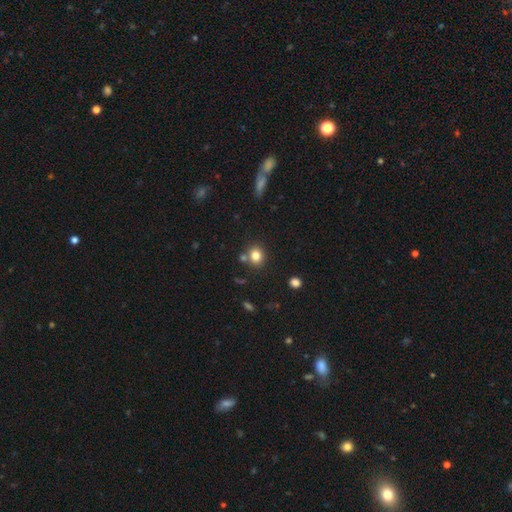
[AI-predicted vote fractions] A smooth galaxy with no disk features (80%) that is round (74%). Merging: none (73%).